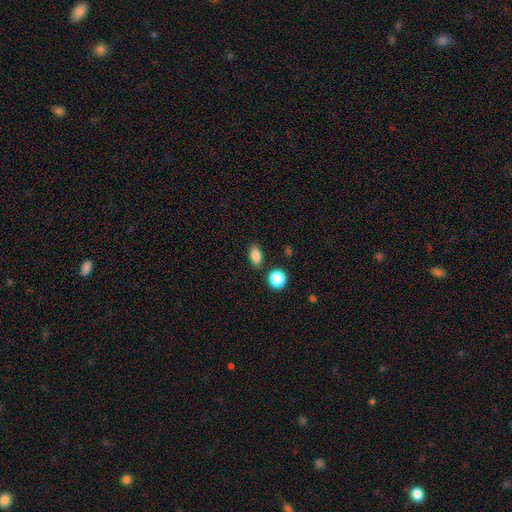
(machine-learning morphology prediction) A smooth galaxy with no disk features (84%) that is in between round and cigar-shaped (84%). Merging: none (81%).